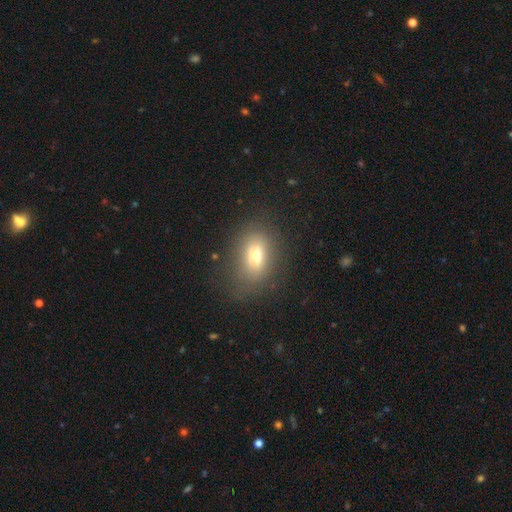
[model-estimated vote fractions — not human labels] Q: Smooth or featured?
A: smooth (64%); runner-up: featured or disk (23%)
Q: How rounded?
A: in between (74%); runner-up: round (22%)
Q: Merging?
A: none (69%); runner-up: minor disturbance (19%)